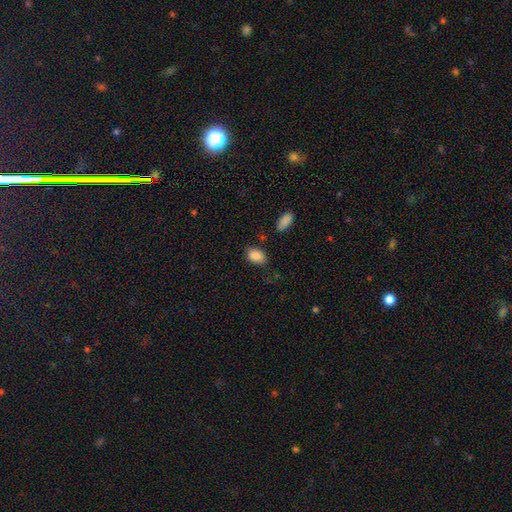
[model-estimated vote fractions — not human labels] Smooth or featured? smooth (88%)
How rounded? in between (87%)
Merging? none (74%)